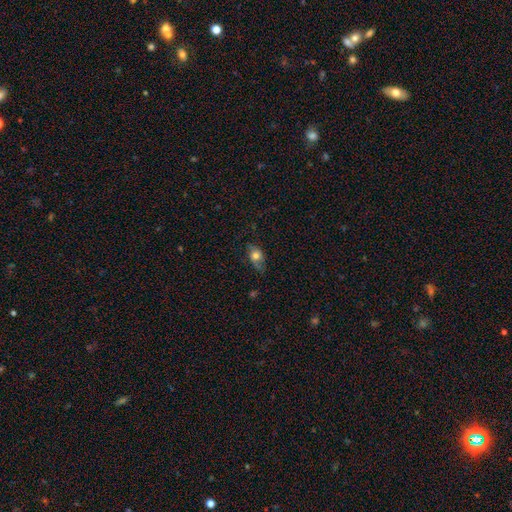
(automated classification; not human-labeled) The model was most divided on "merging": none: 61%, minor disturbance: 27%, major disturbance: 10%, merger: 2%. More confident: how rounded — in between (76%); smooth or featured — smooth (63%).